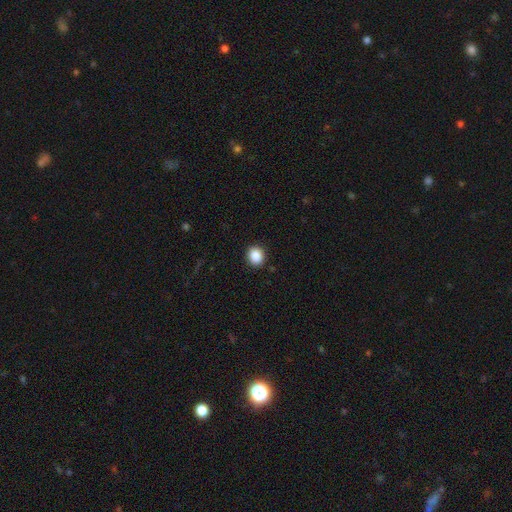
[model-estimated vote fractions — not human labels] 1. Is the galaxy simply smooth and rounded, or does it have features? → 88% smooth, 9% star or artifact, 3% featured or disk.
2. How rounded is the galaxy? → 76% round, 23% in between, 1% cigar-shaped.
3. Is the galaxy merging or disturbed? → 90% none, 7% minor disturbance, 2% major disturbance, 1% merger.